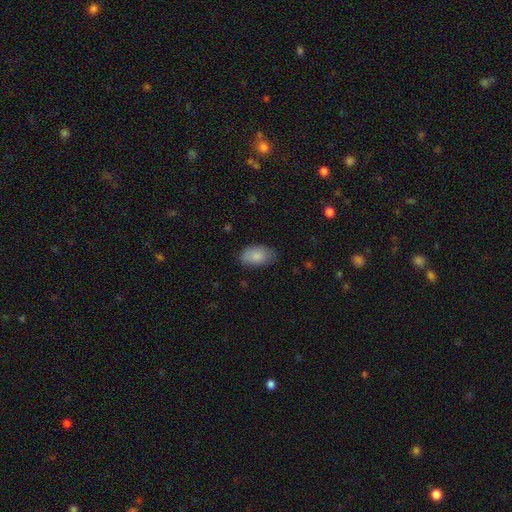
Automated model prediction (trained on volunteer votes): smooth_or_featured: smooth (p=0.85) [alt: featured or disk p=0.09]
how_rounded: in between (p=0.92) [alt: round p=0.07]
merging: none (p=0.73) [alt: minor disturbance p=0.21]